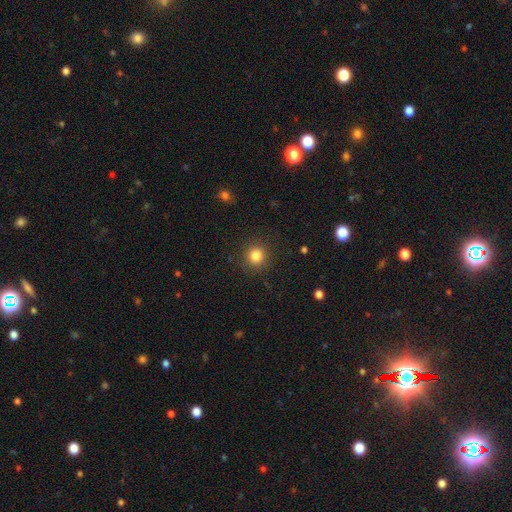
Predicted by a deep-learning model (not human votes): smooth 83%, star or artifact 12%, featured or disk 5%. Down the decision tree: how rounded — round (90%); merging — none (89%).